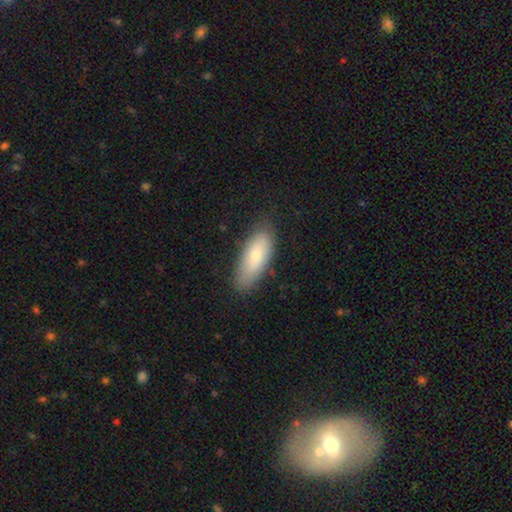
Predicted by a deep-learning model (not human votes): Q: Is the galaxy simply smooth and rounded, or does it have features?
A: smooth — 73%.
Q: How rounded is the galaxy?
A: in between — 73%.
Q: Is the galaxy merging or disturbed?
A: none — 79%.